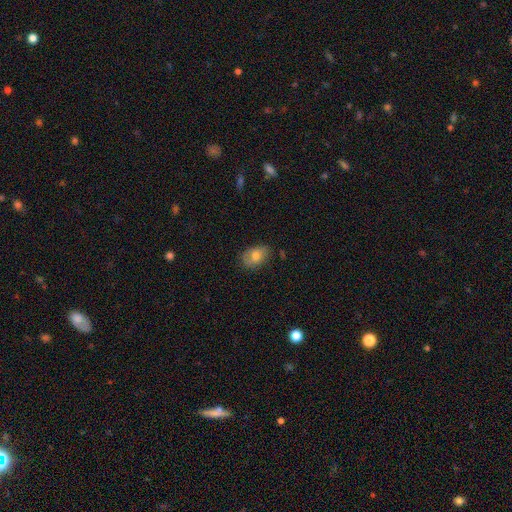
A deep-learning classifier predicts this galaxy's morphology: A smooth galaxy with no disk features (75%) that is in between round and cigar-shaped (84%). Merging: none (72%).